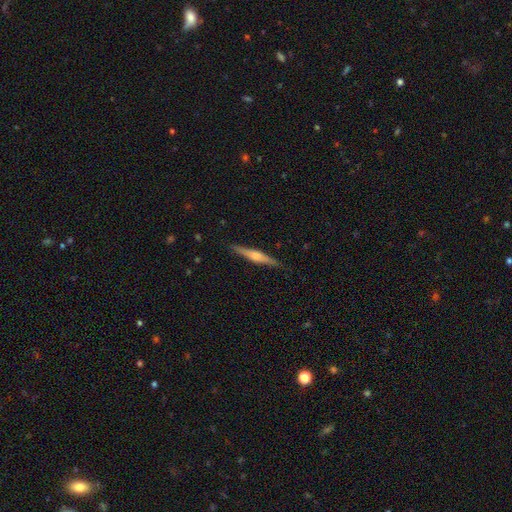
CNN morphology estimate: The model was most divided on "smooth or featured": featured or disk: 65%, smooth: 29%, star or artifact: 6%. More confident: edge-on disk — yes (98%); merging — none (90%); edge-on bulge — rounded (79%).